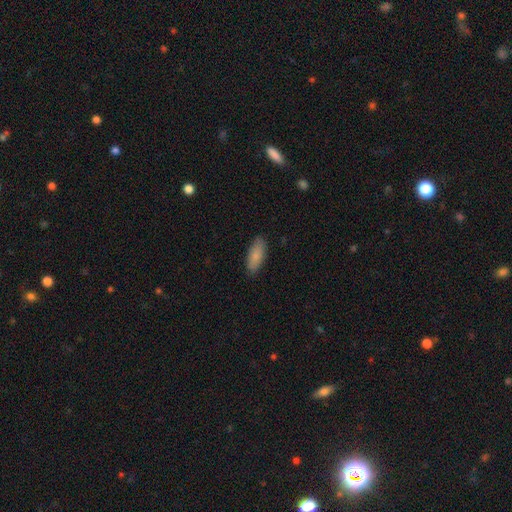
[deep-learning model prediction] This is clearly a smooth galaxy (85%). How rounded: likely in between (80%). Merging: clearly none (86%).